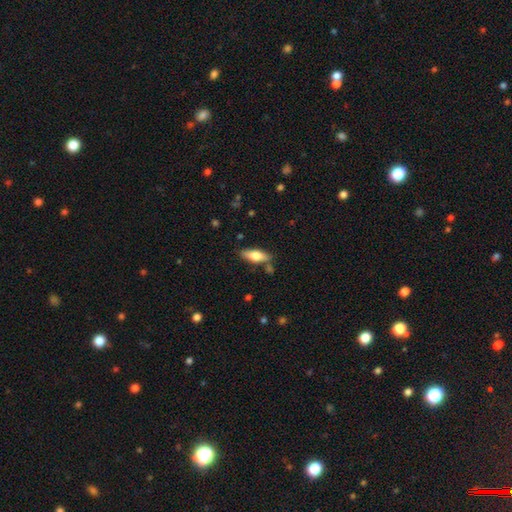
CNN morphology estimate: Smooth or featured?
  - smooth: 63% *
  - featured or disk: 31%
  - star or artifact: 6%
How rounded?
  - in between: 64% *
  - cigar-shaped: 34%
  - round: 2%
Merging?
  - none: 78% *
  - minor disturbance: 14%
  - merger: 5%
  - major disturbance: 3%